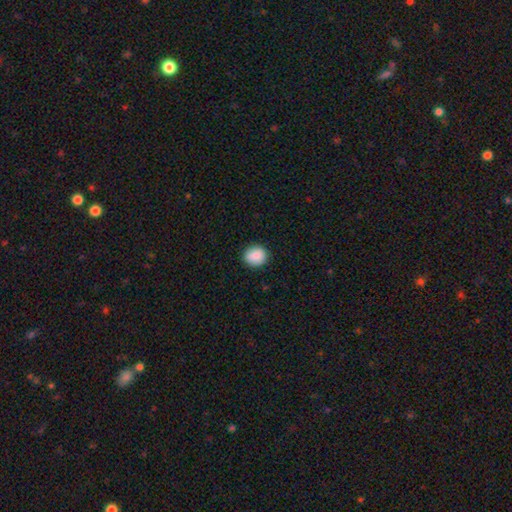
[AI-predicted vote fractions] Smooth or featured? smooth (88%)
How rounded? round (82%)
Merging? none (89%)